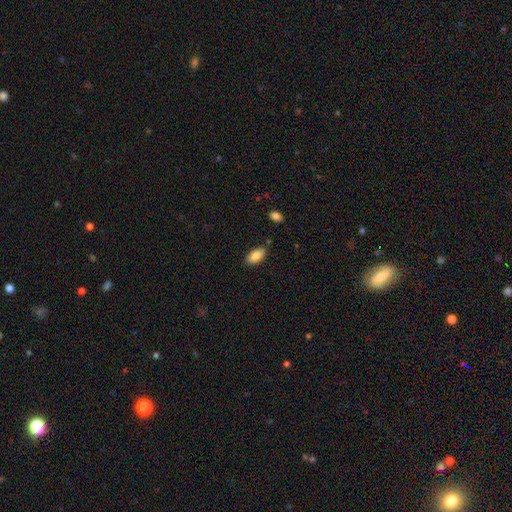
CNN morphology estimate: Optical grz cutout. It shows a smooth galaxy with no disk features (86%) that is in between round and cigar-shaped (92%). Merging: none (83%).